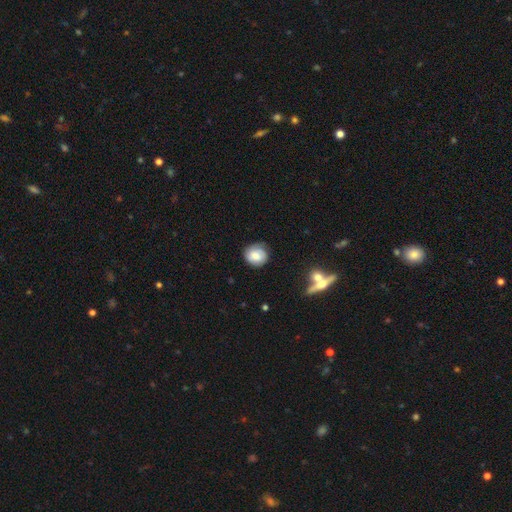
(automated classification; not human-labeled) This appears to be a smooth galaxy with no disk features (68%) that is round (85%). Merging: none (76%).